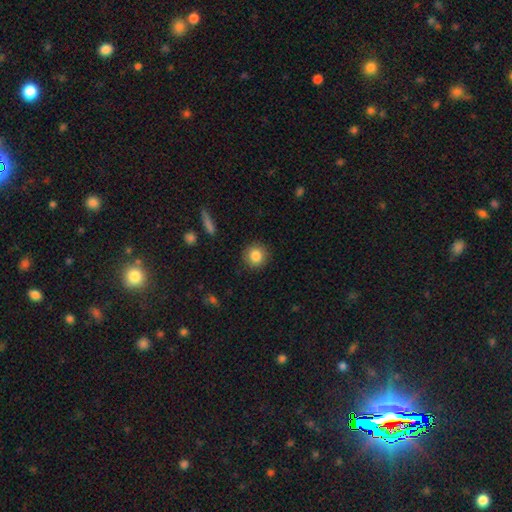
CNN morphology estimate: A smooth galaxy with no disk features (84%) that is round (92%). Merging: none (90%).